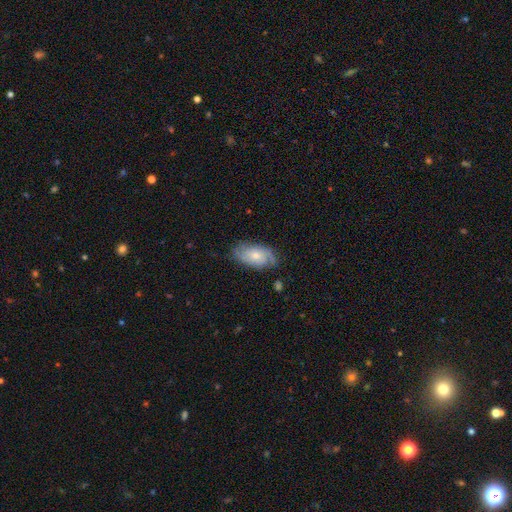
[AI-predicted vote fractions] A featured or disk galaxy (53%).

Vote fractions:
- Smooth or featured? featured or disk: 53% / smooth: 40% / star or artifact: 6%
- Edge-on disk? no: 94% / yes: 6%
- Merging? none: 67% / minor disturbance: 24% / major disturbance: 7% / merger: 2%